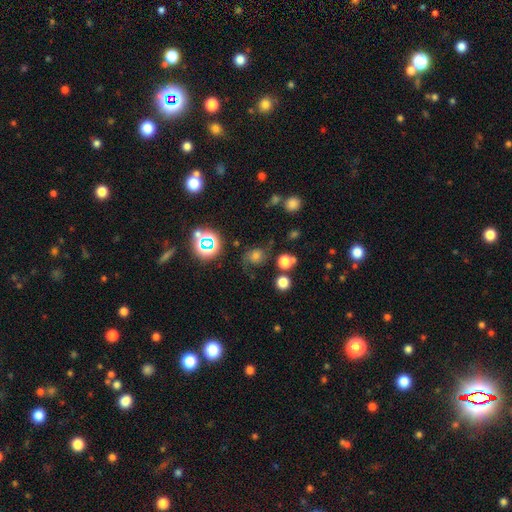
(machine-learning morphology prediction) smooth_or_featured: smooth (p=0.52) [alt: star or artifact p=0.25]
how_rounded: round (p=0.74) [alt: in between p=0.25]
merging: none (p=0.59) [alt: minor disturbance p=0.22]